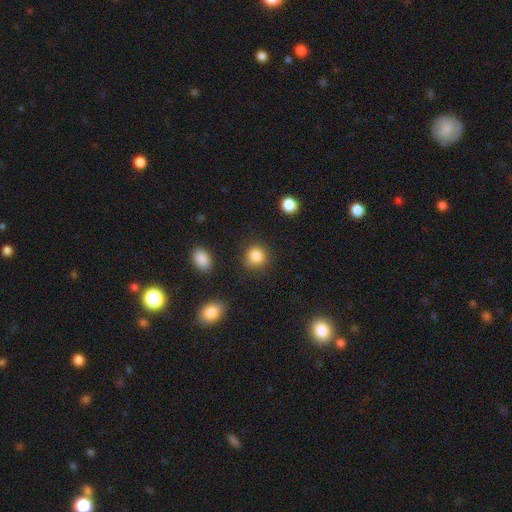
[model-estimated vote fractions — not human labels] smooth 85%, star or artifact 10%, featured or disk 5%. Down the decision tree: how rounded — round (85%); merging — none (79%).